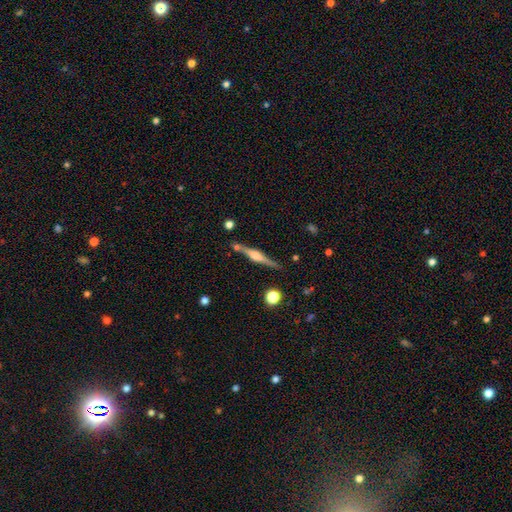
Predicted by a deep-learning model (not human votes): smooth-or-featured: featured or disk: 80% | smooth: 13% | star or artifact: 6%
  disk-edge-on: yes: 98% | no: 2%
    edge-on-bulge: rounded: 81% | boxy: 16% | none: 3%
  merging: none: 84% | minor disturbance: 10% | merger: 4% | major disturbance: 2%